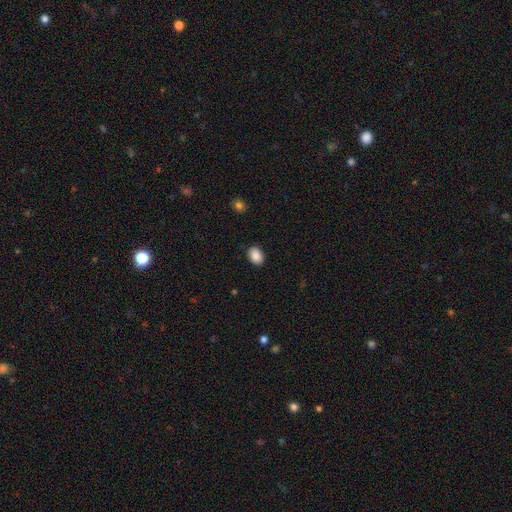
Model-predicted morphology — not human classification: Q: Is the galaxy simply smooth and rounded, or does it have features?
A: smooth — 88%.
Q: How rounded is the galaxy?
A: in between — 79%.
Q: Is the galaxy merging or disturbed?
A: none — 88%.